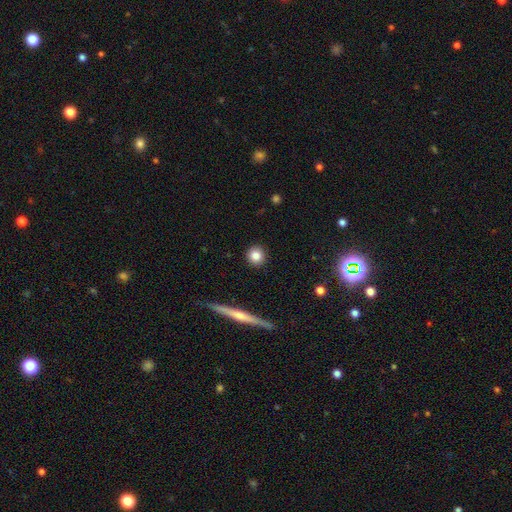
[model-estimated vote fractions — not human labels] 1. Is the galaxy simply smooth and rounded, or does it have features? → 82% smooth, 9% star or artifact, 9% featured or disk.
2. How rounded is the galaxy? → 92% round, 6% in between, 2% cigar-shaped.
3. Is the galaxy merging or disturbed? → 92% none, 5% minor disturbance, 2% major disturbance, 1% merger.